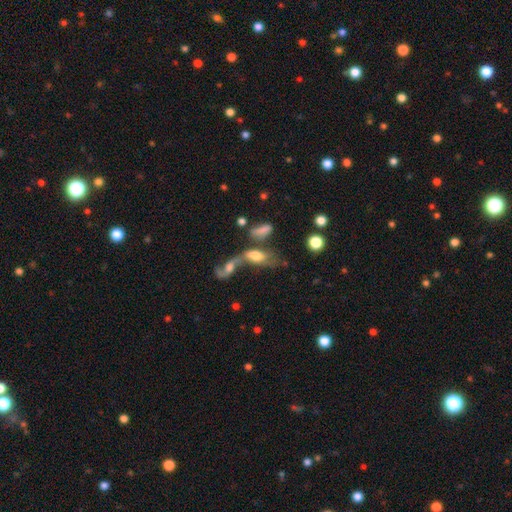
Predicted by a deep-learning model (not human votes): Smooth or featured?
  - smooth: 56% *
  - featured or disk: 32%
  - star or artifact: 12%
How rounded?
  - in between: 76% *
  - cigar-shaped: 18%
  - round: 7%
Merging?
  - merger: 60% *
  - none: 19%
  - major disturbance: 12%
  - minor disturbance: 9%